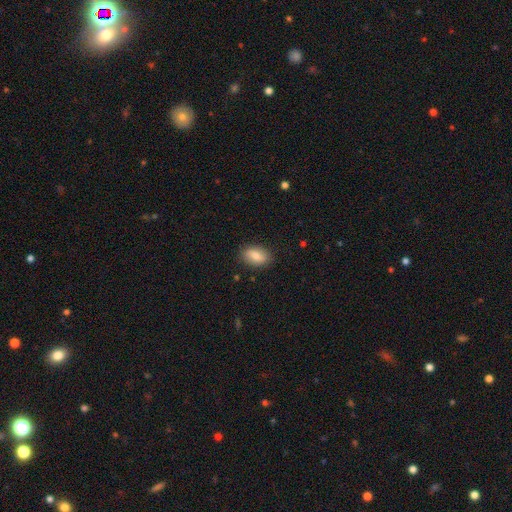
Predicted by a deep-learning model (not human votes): Q: Smooth or featured?
A: smooth (81%); runner-up: featured or disk (12%)
Q: How rounded?
A: in between (88%); runner-up: round (9%)
Q: Merging?
A: none (85%); runner-up: minor disturbance (11%)